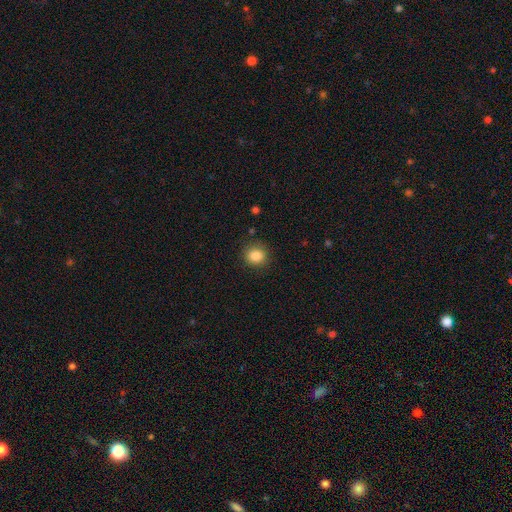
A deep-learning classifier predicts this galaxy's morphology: A smooth galaxy with no disk features (85%) that is round (84%). Merging: none (87%).